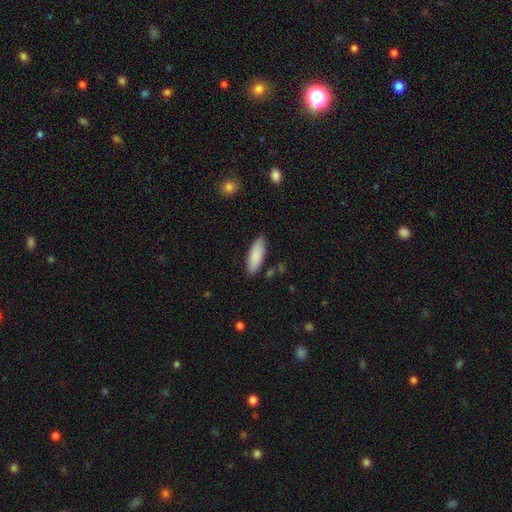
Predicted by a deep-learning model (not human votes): This is clearly a smooth galaxy (88%). How rounded: likely in between (63%). Merging: clearly none (85%).